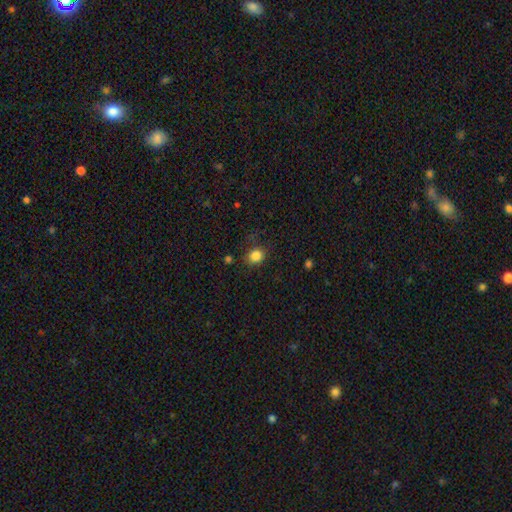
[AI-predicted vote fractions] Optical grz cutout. It shows a smooth galaxy with no disk features (84%) that is round (67%). Merging: none (79%).